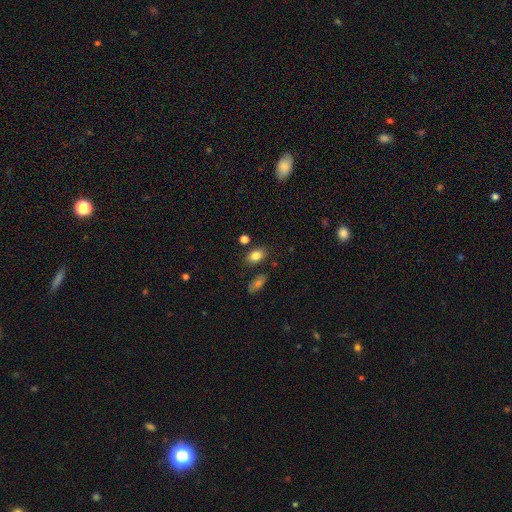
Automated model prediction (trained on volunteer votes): This is clearly a smooth galaxy (82%). How rounded: clearly in between (83%). Merging: likely none (79%).